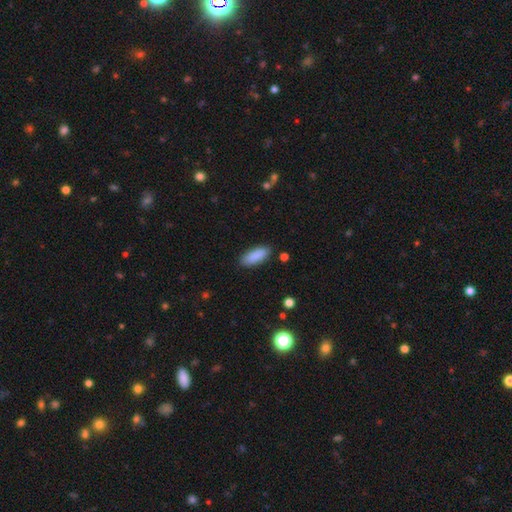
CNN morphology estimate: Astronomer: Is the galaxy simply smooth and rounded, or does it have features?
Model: smooth — 89%.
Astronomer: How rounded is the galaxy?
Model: in between — 71%.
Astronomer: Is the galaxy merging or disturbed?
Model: none — 87%.